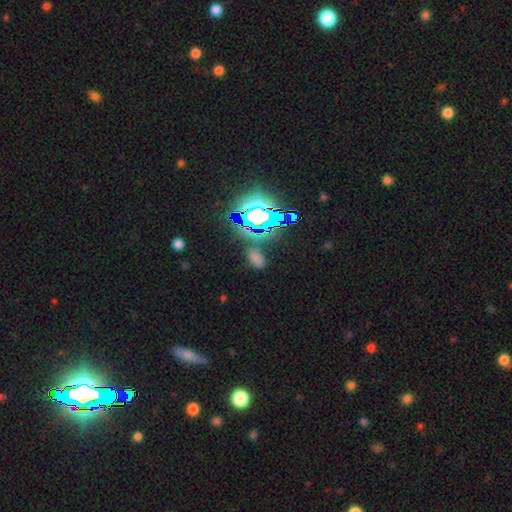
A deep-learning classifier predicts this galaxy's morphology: Smooth or featured? Predicted: star or artifact (p=0.62).